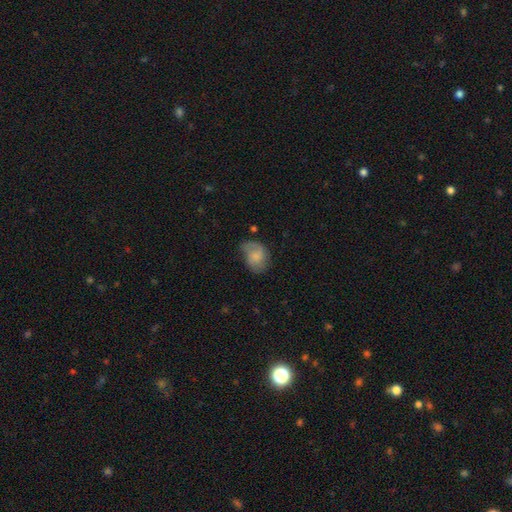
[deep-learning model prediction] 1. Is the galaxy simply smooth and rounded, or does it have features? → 55% smooth, 36% featured or disk, 9% star or artifact.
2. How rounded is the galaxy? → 68% in between, 31% round, 1% cigar-shaped.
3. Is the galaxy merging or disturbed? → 47% none, 32% minor disturbance, 18% major disturbance, 3% merger.